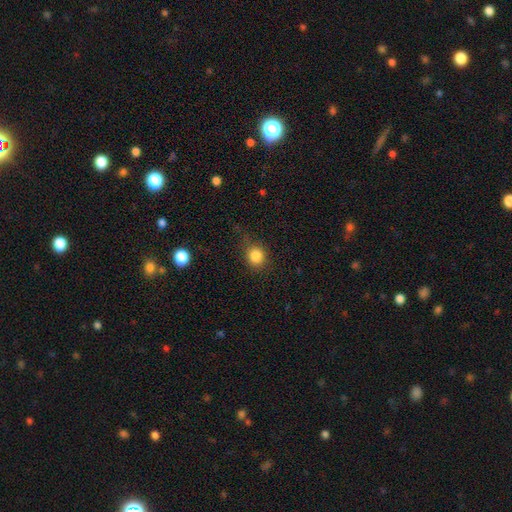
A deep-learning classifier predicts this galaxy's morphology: Overall: smooth (83%). How rounded: round (85%). Merging: none (77%).